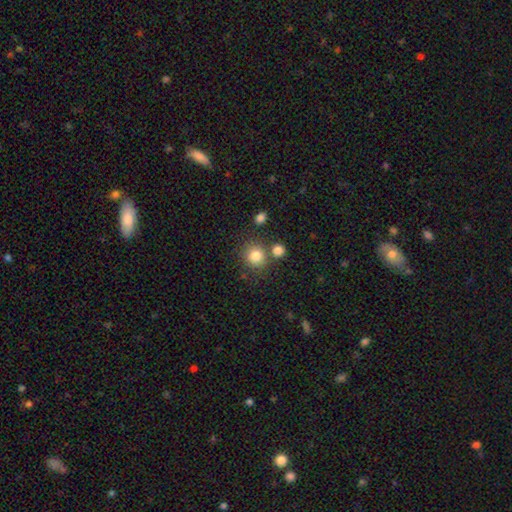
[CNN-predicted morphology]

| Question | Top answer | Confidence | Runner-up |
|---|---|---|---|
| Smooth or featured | smooth | 82% | star or artifact (11%) |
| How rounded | round | 87% | in between (12%) |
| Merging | none | 72% | merger (15%) |